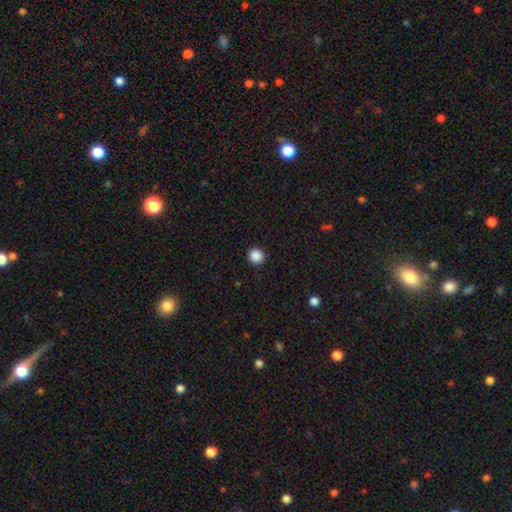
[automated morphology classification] smooth 88%, star or artifact 10%, featured or disk 2%. Down the decision tree: how rounded — round (94%); merging — none (92%).